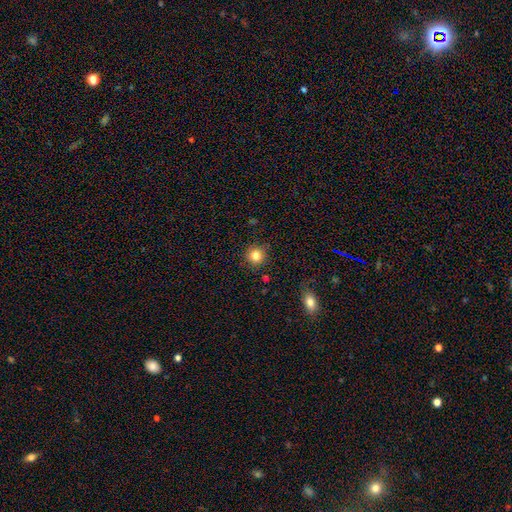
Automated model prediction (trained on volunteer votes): Overall: smooth (84%). How rounded: round (93%). Merging: none (88%).